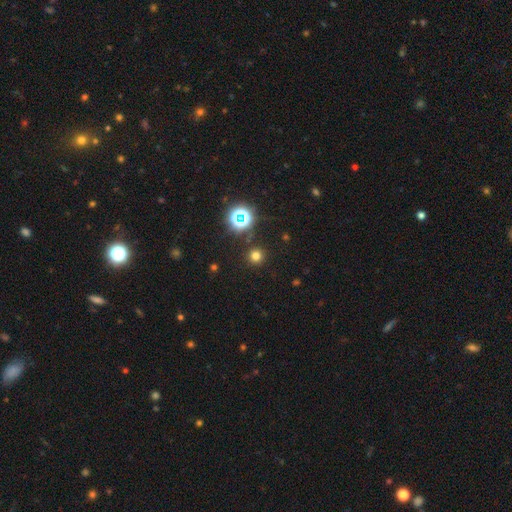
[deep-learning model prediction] smooth 70%, star or artifact 24%, featured or disk 6%. Down the decision tree: how rounded — round (95%); merging — none (90%).